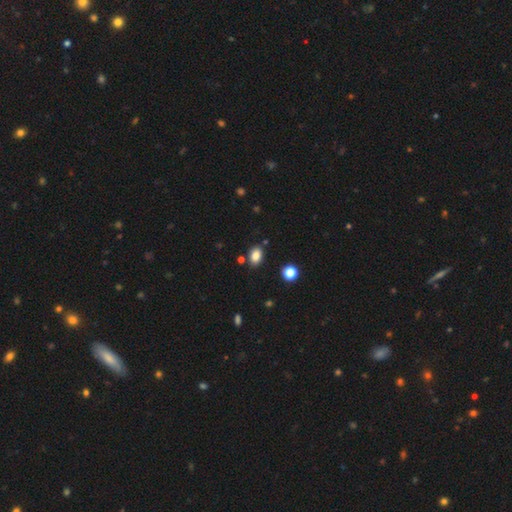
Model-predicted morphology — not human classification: Overall: smooth (83%). How rounded: in between (80%). Merging: none (82%).